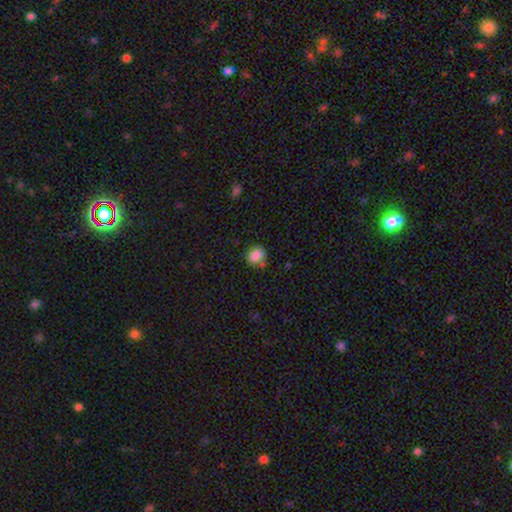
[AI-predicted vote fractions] This is clearly a smooth galaxy (85%). How rounded: possibly round (58%). Merging: likely none (70%).